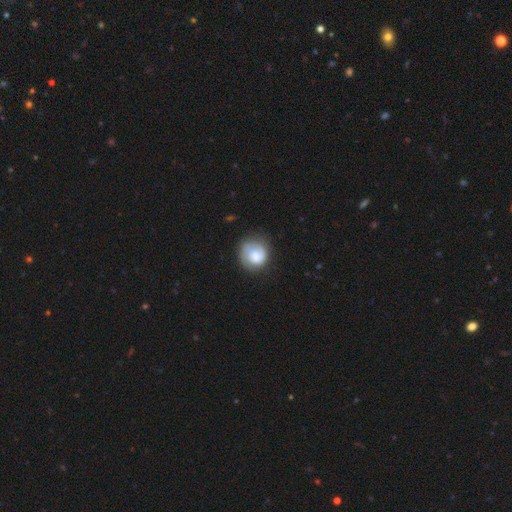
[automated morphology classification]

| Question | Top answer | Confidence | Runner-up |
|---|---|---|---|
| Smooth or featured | smooth | 56% | featured or disk (37%) |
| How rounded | round | 84% | in between (16%) |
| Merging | none | 69% | minor disturbance (20%) |